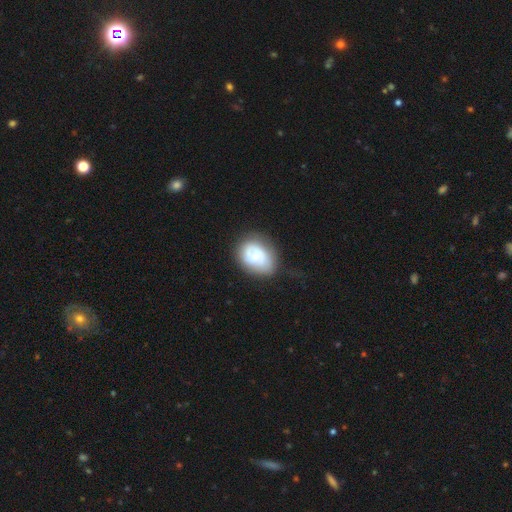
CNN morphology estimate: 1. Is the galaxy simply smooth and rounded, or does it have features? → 47% smooth, 45% featured or disk, 8% star or artifact.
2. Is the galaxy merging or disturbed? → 56% none, 26% minor disturbance, 14% major disturbance, 4% merger.